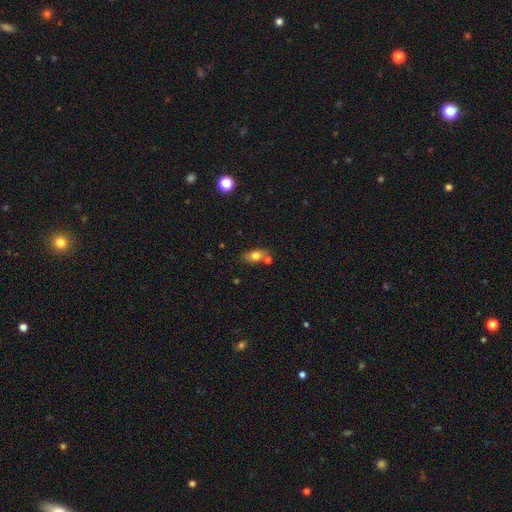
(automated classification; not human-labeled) This is likely a smooth galaxy (75%). How rounded: likely in between (79%). Merging: possibly none (59%).